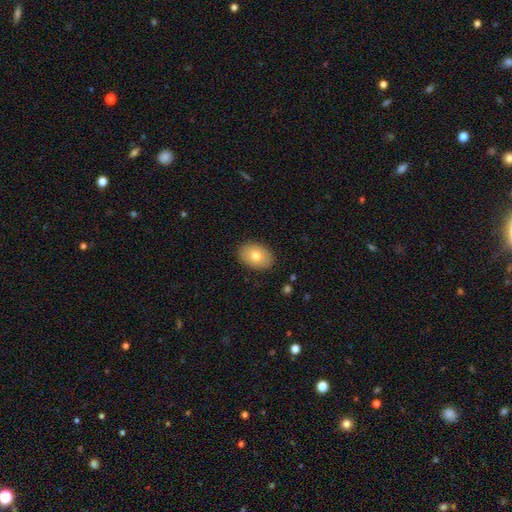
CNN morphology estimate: smooth 77%, featured or disk 15%, star or artifact 8%. Down the decision tree: how rounded — in between (81%); merging — none (89%).